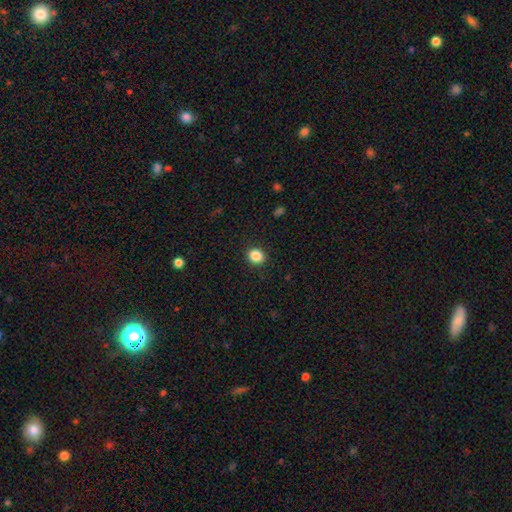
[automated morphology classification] Smooth or featured?
  - smooth: 86% *
  - star or artifact: 10%
  - featured or disk: 4%
How rounded?
  - round: 73% *
  - in between: 26%
  - cigar-shaped: 1%
Merging?
  - none: 90% *
  - minor disturbance: 6%
  - major disturbance: 2%
  - merger: 1%